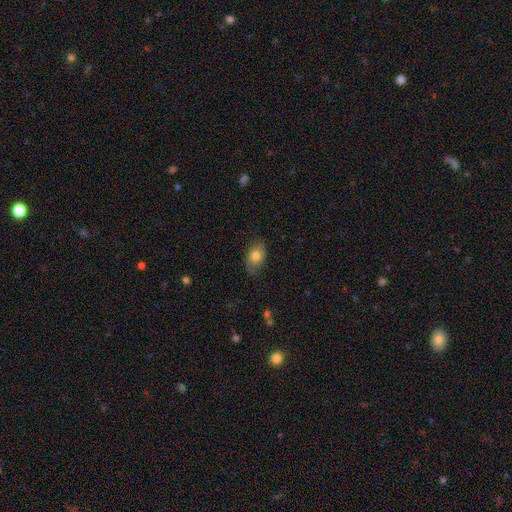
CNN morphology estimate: smooth 72%, featured or disk 20%, star or artifact 8%. Down the decision tree: how rounded — in between (85%); merging — none (76%).